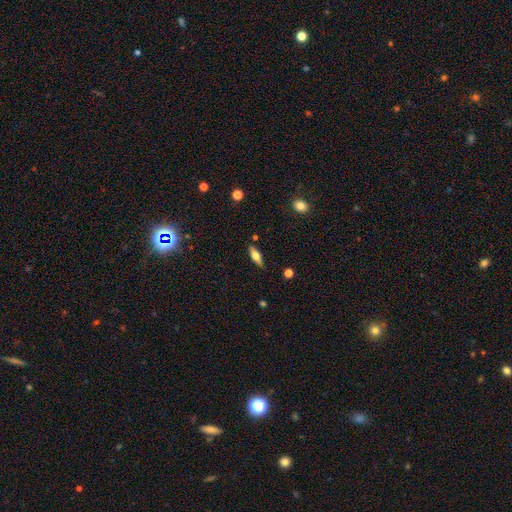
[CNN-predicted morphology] Smooth or featured?
  - smooth: 54% *
  - featured or disk: 39%
  - star or artifact: 7%
How rounded?
  - in between: 55% *
  - cigar-shaped: 42%
  - round: 3%
Merging?
  - none: 86% *
  - minor disturbance: 10%
  - major disturbance: 2%
  - merger: 2%